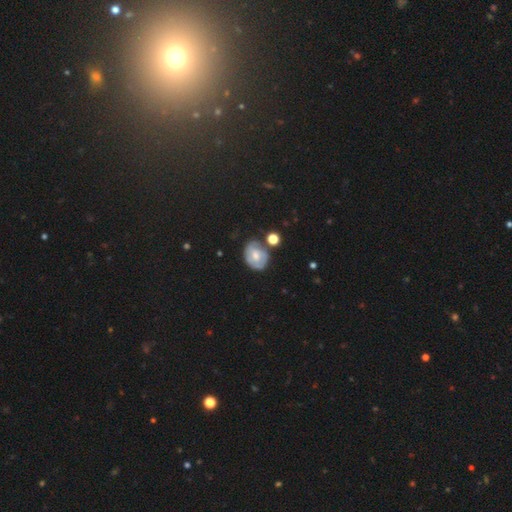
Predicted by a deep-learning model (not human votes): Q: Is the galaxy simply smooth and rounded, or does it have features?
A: featured or disk — 51%.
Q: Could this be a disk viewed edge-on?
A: no — 96%.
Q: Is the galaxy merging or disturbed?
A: none — 56%.